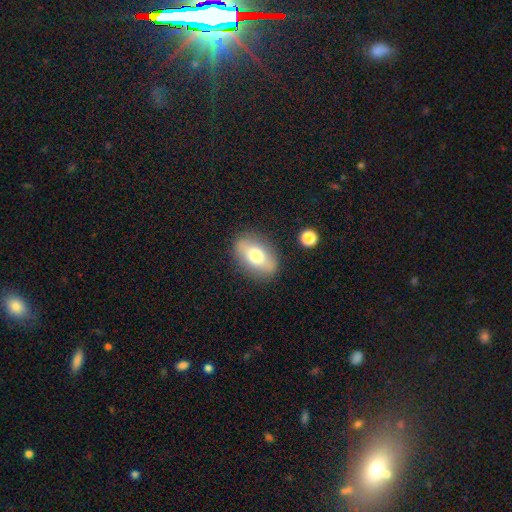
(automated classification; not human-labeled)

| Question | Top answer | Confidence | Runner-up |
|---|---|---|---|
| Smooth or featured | smooth | 64% | featured or disk (28%) |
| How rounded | in between | 85% | round (12%) |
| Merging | none | 83% | minor disturbance (11%) |